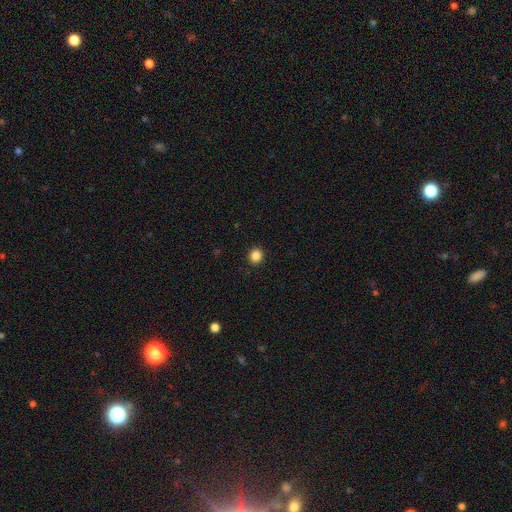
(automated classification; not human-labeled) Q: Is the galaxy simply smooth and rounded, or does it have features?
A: smooth — 86%.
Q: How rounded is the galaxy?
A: round — 85%.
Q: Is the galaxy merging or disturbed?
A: none — 92%.